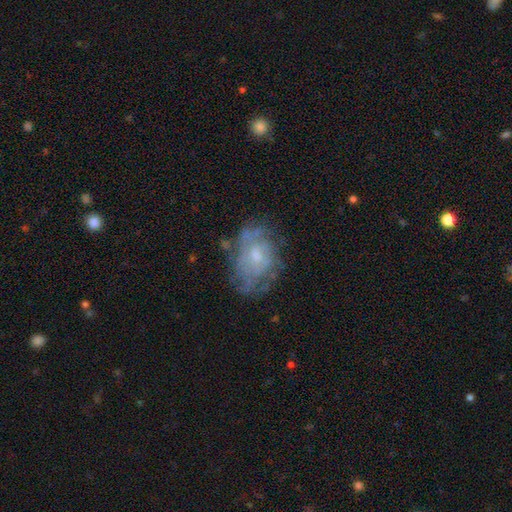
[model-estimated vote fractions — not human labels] This appears to be a featured or disk galaxy (64%) with no bar (77%), spiral arms (55%) and a small central bulge (50%). Merging: none (60%).